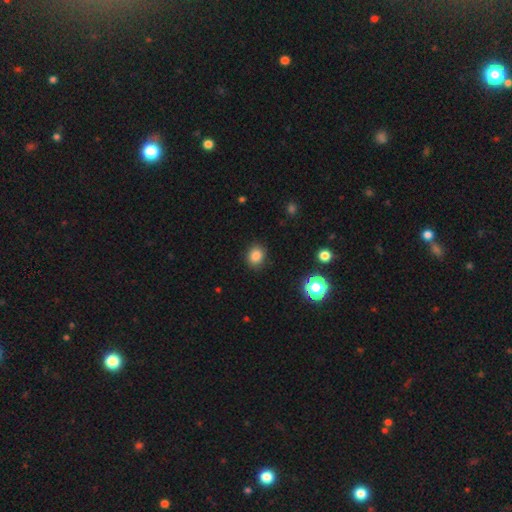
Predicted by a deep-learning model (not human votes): A smooth galaxy with no disk features (84%) that is round (66%). Merging: none (88%).